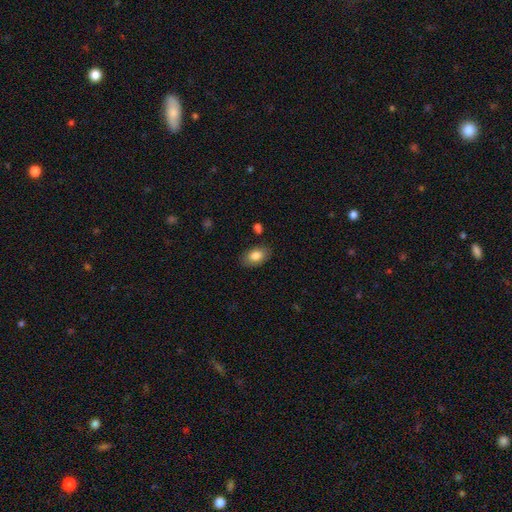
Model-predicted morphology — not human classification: smooth 82%, featured or disk 11%, star or artifact 7%. Down the decision tree: how rounded — in between (90%); merging — none (83%).